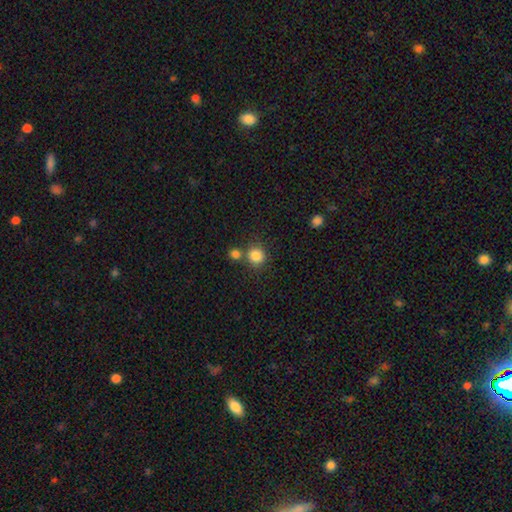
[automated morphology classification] smooth_or_featured: smooth (p=0.84) [alt: star or artifact p=0.11]
how_rounded: round (p=0.90) [alt: in between p=0.09]
merging: none (p=0.66) [alt: merger p=0.22]